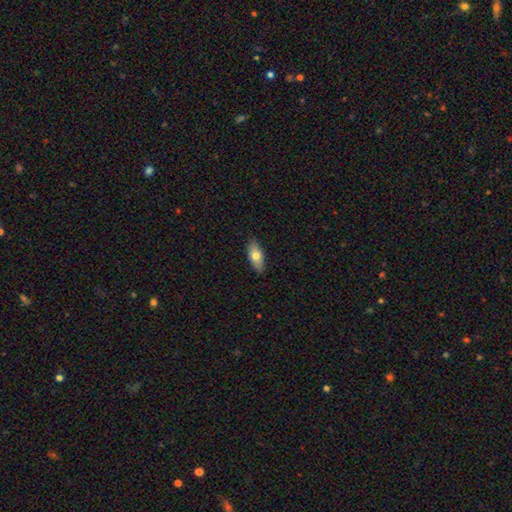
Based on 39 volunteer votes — smooth_or_featured: smooth (p=0.74) [alt: featured or disk p=0.26]
how_rounded: in between (p=0.55) [alt: cigar-shaped p=0.45]
merging: none (p=0.85) [alt: minor disturbance p=0.13]